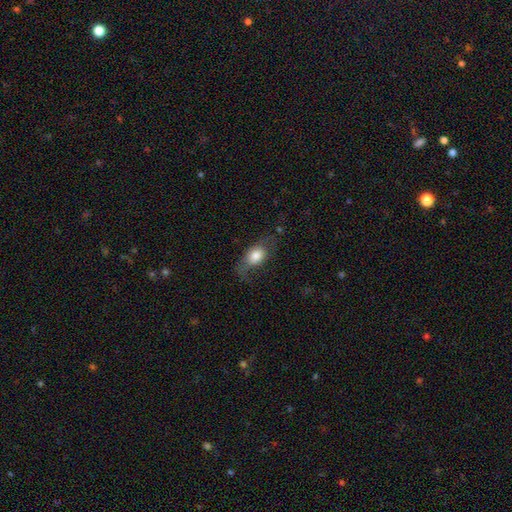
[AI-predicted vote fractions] A smooth galaxy with no disk features (70%) that is in between round and cigar-shaped (78%). Merging: none (51%).